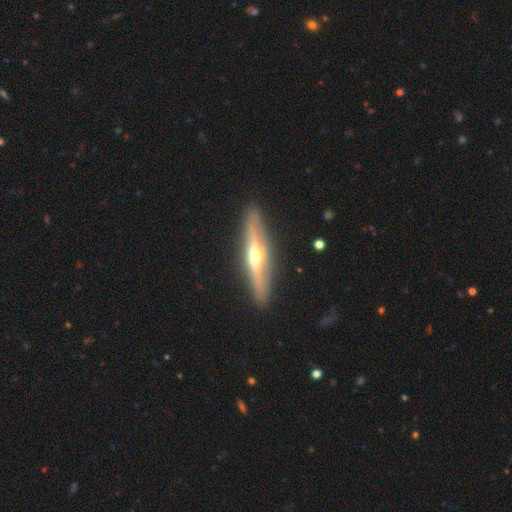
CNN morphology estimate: Smooth or featured: featured or disk — 72% (smooth — 22%)
Edge-on disk: yes — 92% (no — 8%)
Edge-on bulge: rounded — 89% (none — 7%)
Merging: none — 89% (minor disturbance — 8%)